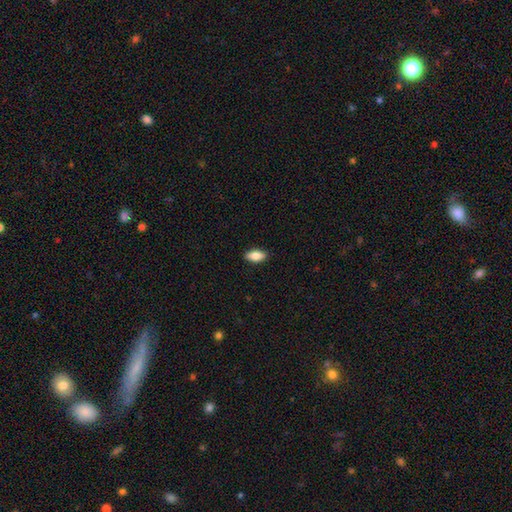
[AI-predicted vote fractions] smooth-or-featured: smooth: 80% | featured or disk: 13% | star or artifact: 7%
  how-rounded: in between: 88% | cigar-shaped: 9% | round: 4%
  merging: none: 89% | minor disturbance: 9% | major disturbance: 2% | merger: 1%